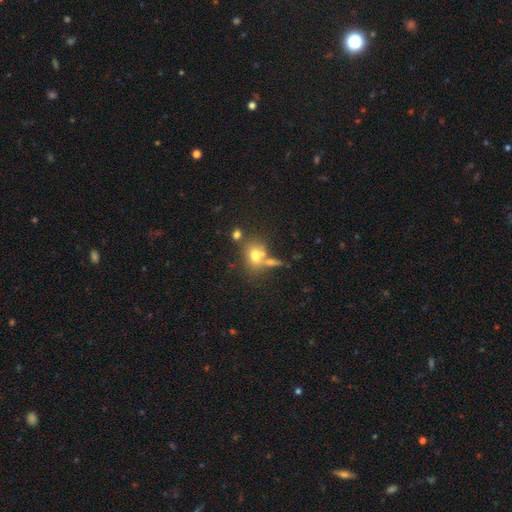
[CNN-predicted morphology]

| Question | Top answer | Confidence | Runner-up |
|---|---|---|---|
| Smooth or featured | smooth | 68% | featured or disk (19%) |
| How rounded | in between | 53% | round (45%) |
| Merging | none | 48% | merger (29%) |